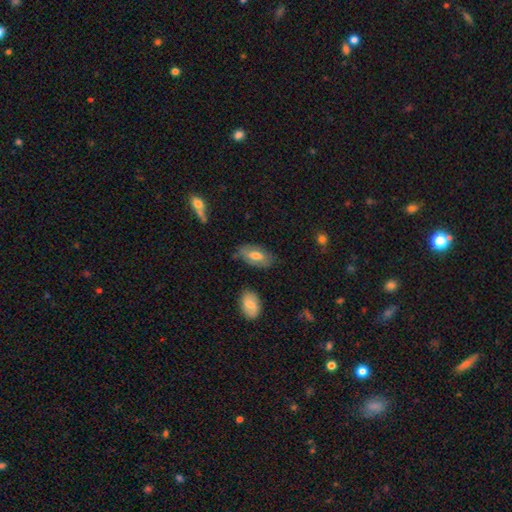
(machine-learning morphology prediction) A smooth galaxy with no disk features (64%) that is in between round and cigar-shaped (91%).

Vote fractions:
- Smooth or featured? smooth: 64% / featured or disk: 30% / star or artifact: 7%
- How rounded? in between: 91% / cigar-shaped: 6% / round: 3%
- Merging? none: 72% / minor disturbance: 20% / major disturbance: 4% / merger: 3%